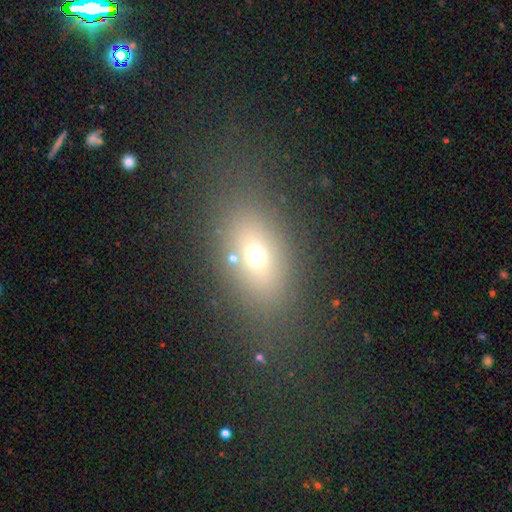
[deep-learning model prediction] Smooth or featured? smooth (61%)
How rounded? in between (73%)
Merging? none (70%)